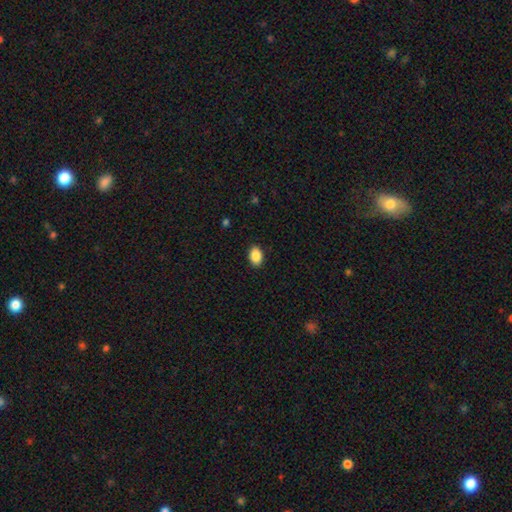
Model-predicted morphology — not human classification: A smooth galaxy with no disk features (89%) that is in between round and cigar-shaped (84%). Merging: none (90%).